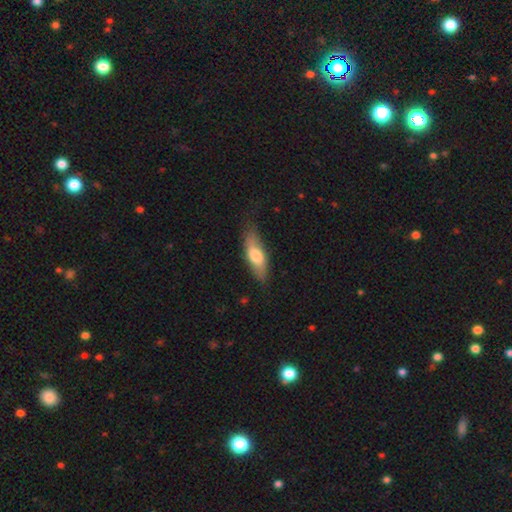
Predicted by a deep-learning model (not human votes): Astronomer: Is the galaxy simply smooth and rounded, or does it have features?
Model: smooth — 67%.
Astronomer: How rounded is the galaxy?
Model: in between — 62%.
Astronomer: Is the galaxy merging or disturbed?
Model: none — 73%.